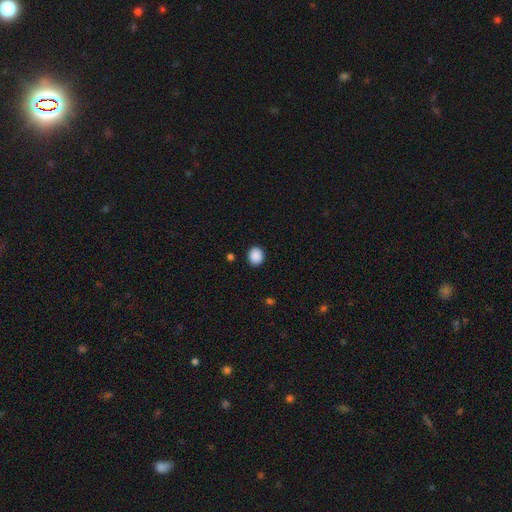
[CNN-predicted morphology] Smooth or featured?
  - smooth: 89% *
  - star or artifact: 9%
  - featured or disk: 2%
How rounded?
  - round: 71% *
  - in between: 28%
  - cigar-shaped: 1%
Merging?
  - none: 90% *
  - minor disturbance: 6%
  - major disturbance: 2%
  - merger: 1%